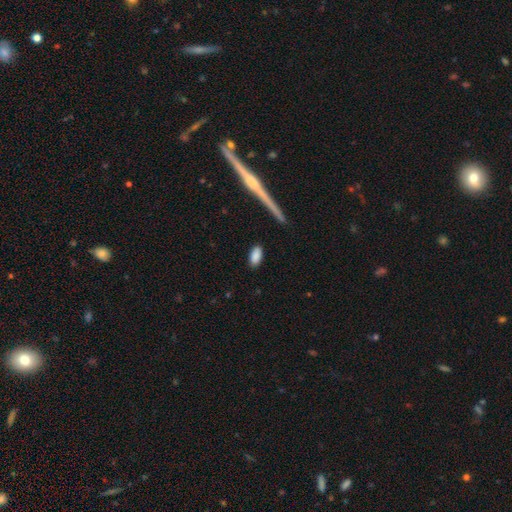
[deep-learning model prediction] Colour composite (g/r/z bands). It shows a smooth galaxy with no disk features (88%) that is in between round and cigar-shaped (89%). Merging: none (87%).